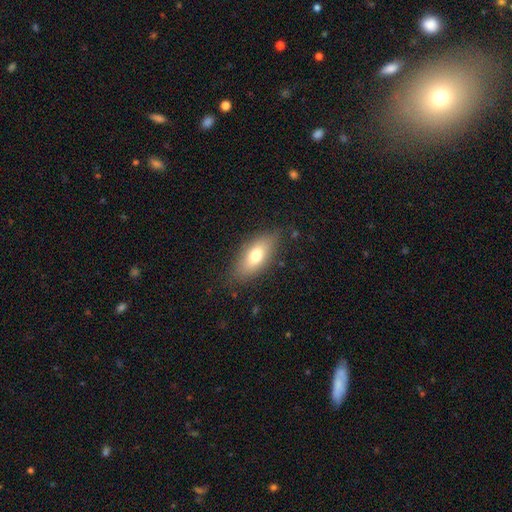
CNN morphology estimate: A smooth galaxy with no disk features (72%) that is in between round and cigar-shaped (82%).

Vote fractions:
- Smooth or featured? smooth: 72% / featured or disk: 20% / star or artifact: 8%
- How rounded? in between: 82% / cigar-shaped: 14% / round: 4%
- Merging? none: 80% / minor disturbance: 15% / major disturbance: 4% / merger: 1%